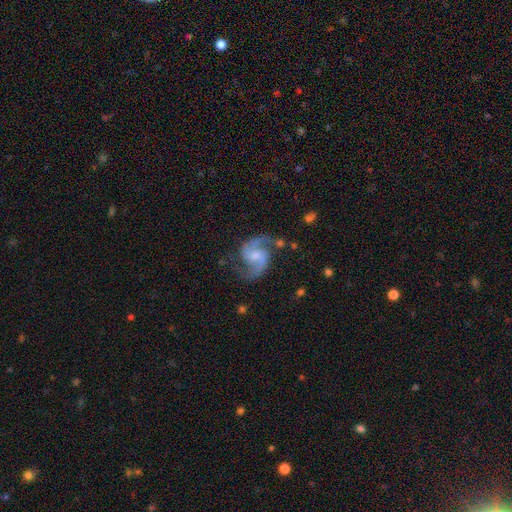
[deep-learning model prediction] Smooth or featured? featured or disk (92%)
Edge-on disk? no (98%)
Bar? weak (46%)
Spiral arms? yes (98%)
Spiral winding? medium (60%)
Spiral arm count? 2 (94%)
Bulge size? small (47%)
Merging? none (75%)